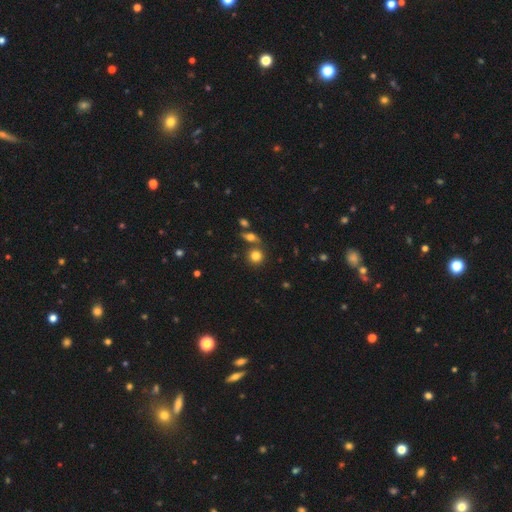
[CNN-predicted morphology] Q: Smooth or featured?
A: smooth (79%); runner-up: star or artifact (12%)
Q: How rounded?
A: round (87%); runner-up: in between (11%)
Q: Merging?
A: none (67%); runner-up: merger (21%)